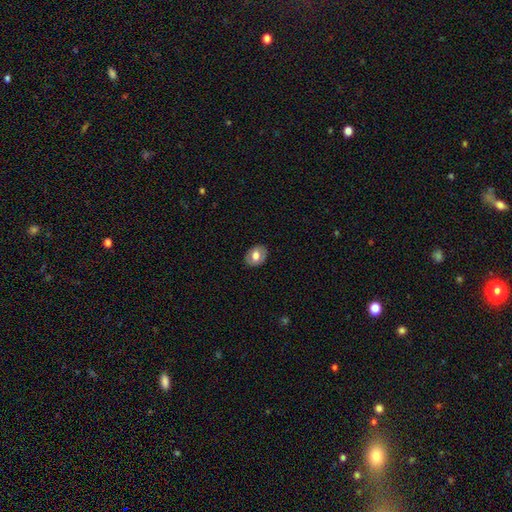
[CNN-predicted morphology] This appears to be a smooth galaxy with no disk features (66%) that is in between round and cigar-shaped (72%). Merging: none (85%).